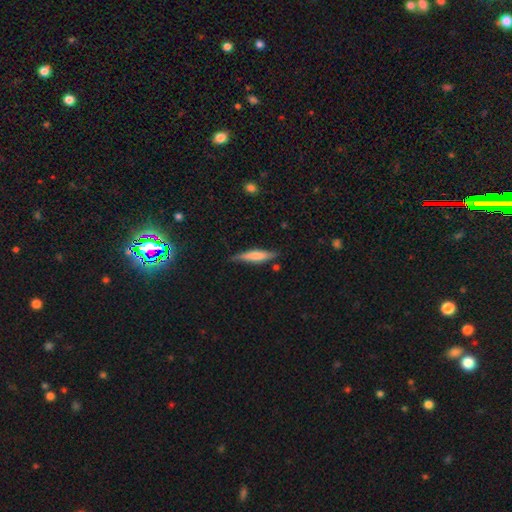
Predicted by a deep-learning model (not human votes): A smooth galaxy with no disk features (60%) that is cigar-shaped (80%).

Vote fractions:
- Smooth or featured? smooth: 60% / featured or disk: 34% / star or artifact: 6%
- How rounded? cigar-shaped: 80% / in between: 18% / round: 2%
- Merging? none: 77% / minor disturbance: 18% / major disturbance: 3% / merger: 2%